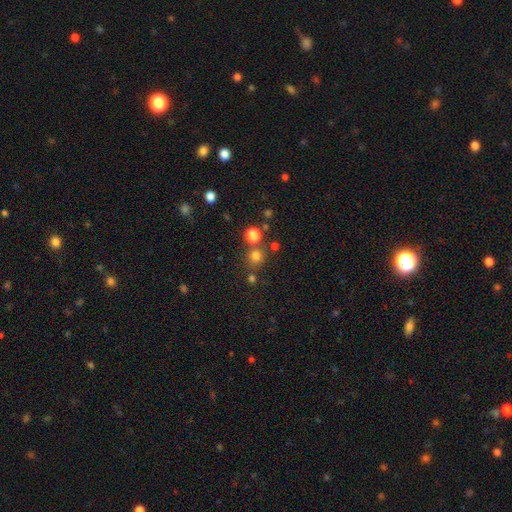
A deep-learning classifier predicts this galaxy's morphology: Smooth or featured?
  - smooth: 74% *
  - star or artifact: 20%
  - featured or disk: 6%
How rounded?
  - round: 90% *
  - in between: 10%
  - cigar-shaped: 1%
Merging?
  - none: 74% *
  - merger: 15%
  - minor disturbance: 8%
  - major disturbance: 4%